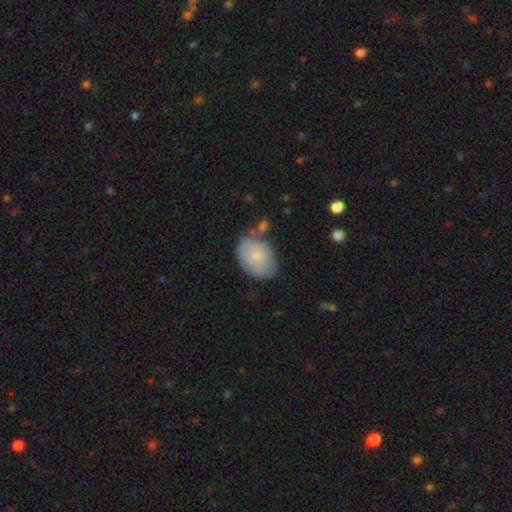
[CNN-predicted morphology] smooth-or-featured: smooth: 74% | featured or disk: 20% | star or artifact: 6%
  how-rounded: in between: 80% | round: 19% | cigar-shaped: 1%
  merging: none: 64% | minor disturbance: 24% | merger: 6% | major disturbance: 6%